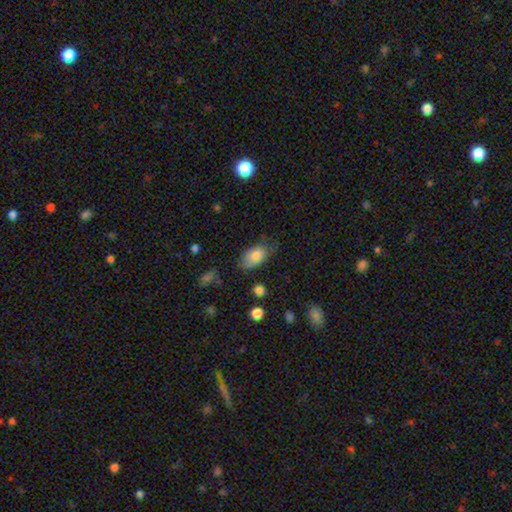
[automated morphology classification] Q: Smooth or featured?
A: smooth (82%); runner-up: featured or disk (10%)
Q: How rounded?
A: in between (91%); runner-up: round (7%)
Q: Merging?
A: none (65%); runner-up: minor disturbance (27%)